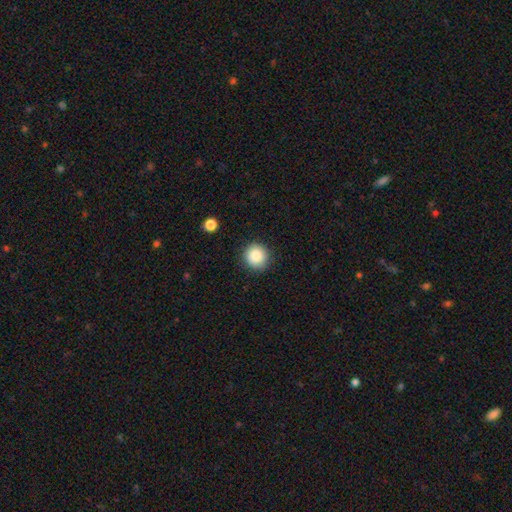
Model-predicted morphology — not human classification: Q: Smooth or featured?
A: smooth (87%); runner-up: star or artifact (9%)
Q: How rounded?
A: round (93%); runner-up: in between (6%)
Q: Merging?
A: none (89%); runner-up: minor disturbance (8%)